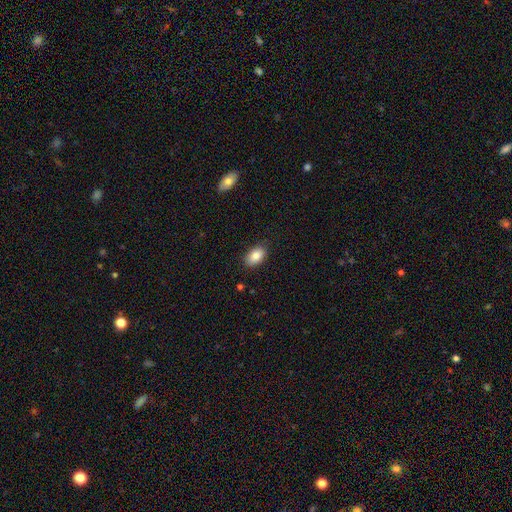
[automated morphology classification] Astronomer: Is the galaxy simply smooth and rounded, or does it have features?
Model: smooth — 85%.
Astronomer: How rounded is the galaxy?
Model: in between — 91%.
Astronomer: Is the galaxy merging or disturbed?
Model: none — 86%.